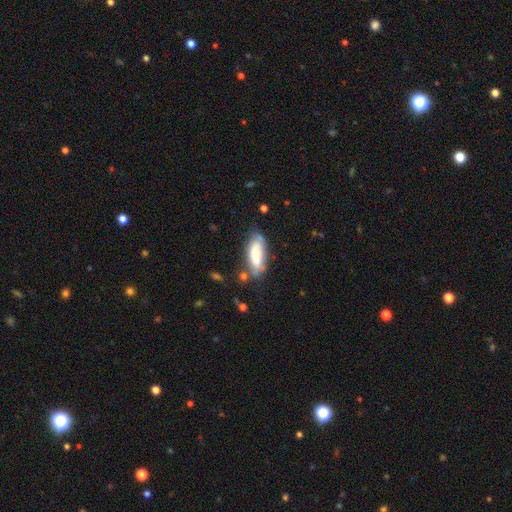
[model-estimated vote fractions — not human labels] Smooth or featured? smooth (60%)
How rounded? in between (75%)
Merging? none (59%)